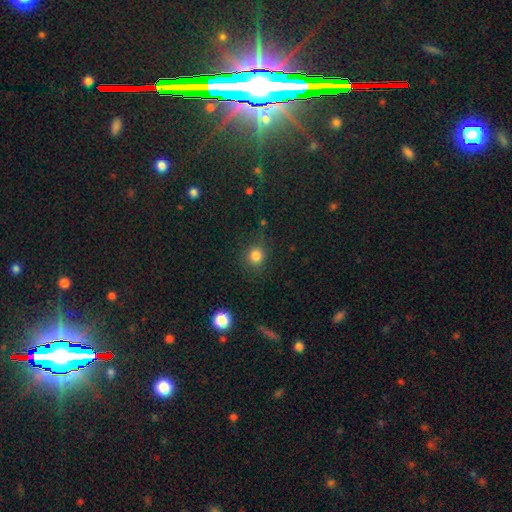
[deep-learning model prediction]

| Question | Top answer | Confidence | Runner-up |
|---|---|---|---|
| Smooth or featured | smooth | 82% | star or artifact (13%) |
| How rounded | round | 88% | in between (11%) |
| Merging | none | 83% | minor disturbance (11%) |